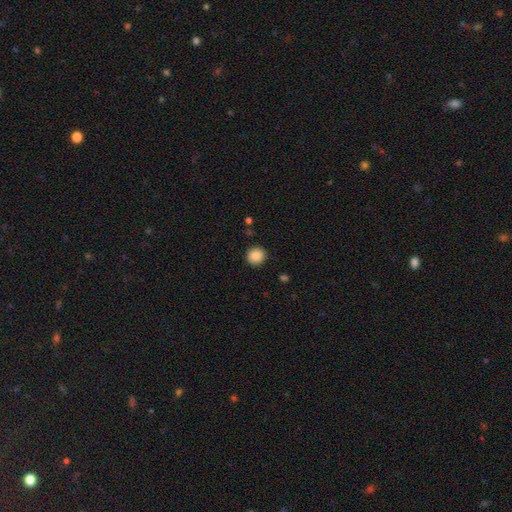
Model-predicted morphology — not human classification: type=smooth (88%); roundness=round (93%); merging=none (91%).